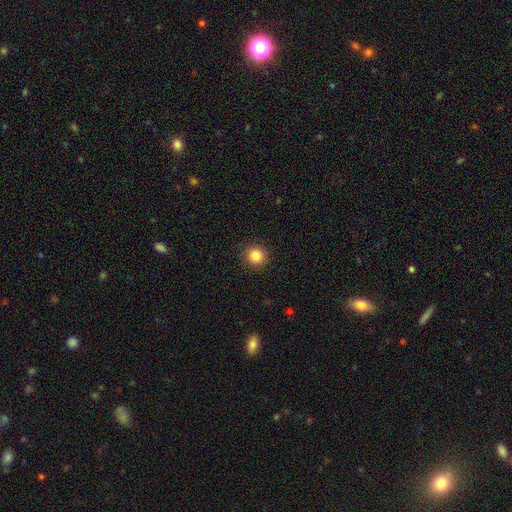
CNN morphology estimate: Smooth or featured? Predicted: smooth (p=0.85). How rounded? Predicted: round (p=0.93). Merging? Predicted: none (p=0.91).